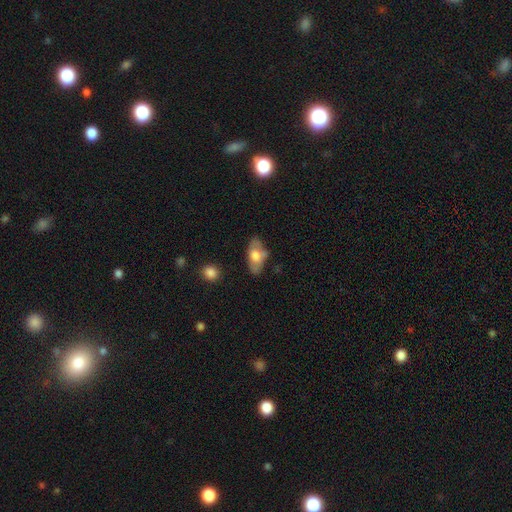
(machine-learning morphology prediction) Smooth or featured? Predicted: smooth (p=0.59). How rounded? Predicted: in between (p=0.89). Merging? Predicted: none (p=0.64).